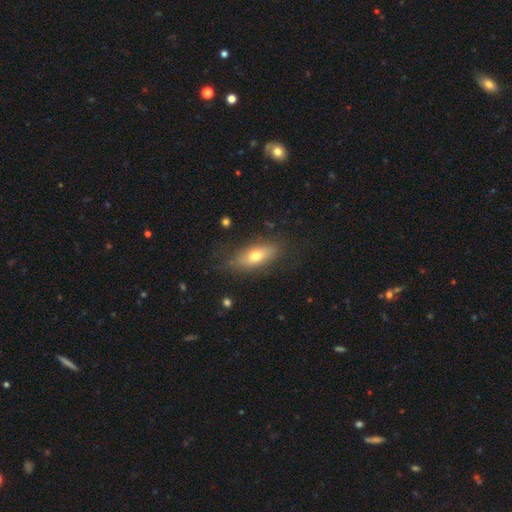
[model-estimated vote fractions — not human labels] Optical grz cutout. It shows a smooth galaxy with no disk features (68%) that is in between round and cigar-shaped (75%). Merging: none (77%).